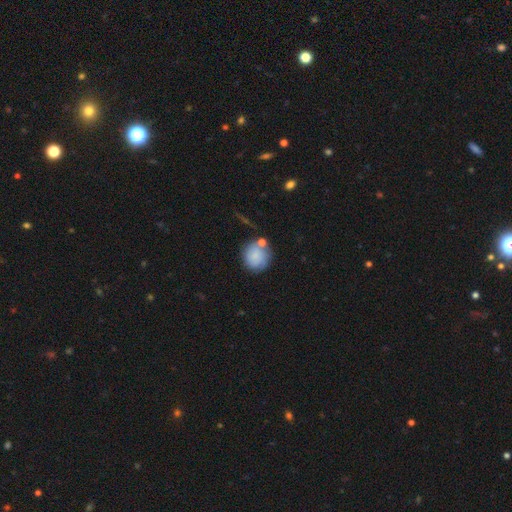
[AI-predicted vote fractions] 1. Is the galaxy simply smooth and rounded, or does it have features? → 77% smooth, 15% featured or disk, 8% star or artifact.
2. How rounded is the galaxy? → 85% round, 14% in between, 1% cigar-shaped.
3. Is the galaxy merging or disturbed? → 59% none, 18% minor disturbance, 16% merger, 6% major disturbance.